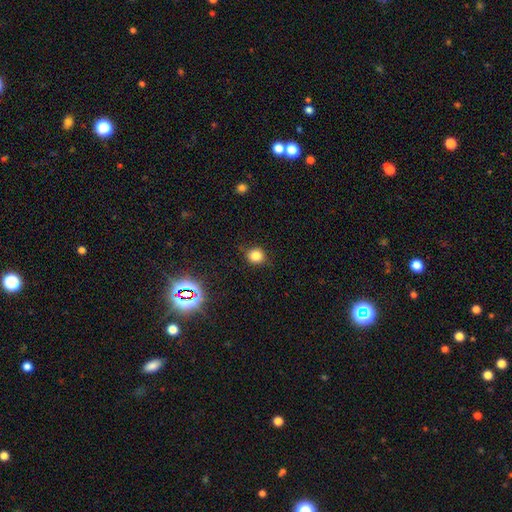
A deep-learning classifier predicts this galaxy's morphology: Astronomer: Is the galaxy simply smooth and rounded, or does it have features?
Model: smooth — 80%.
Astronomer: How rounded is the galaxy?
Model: round — 82%.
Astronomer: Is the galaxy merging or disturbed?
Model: none — 84%.